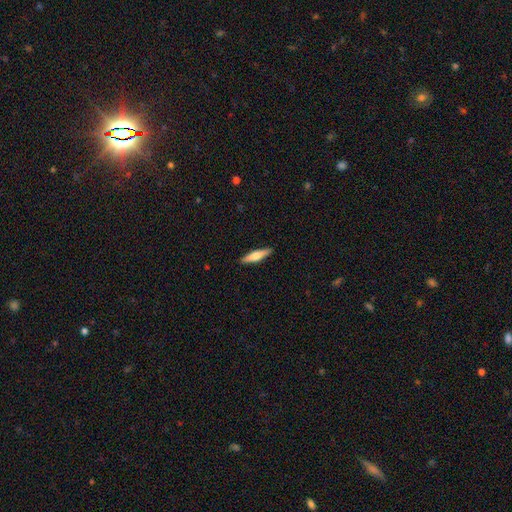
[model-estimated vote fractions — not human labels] This is possibly a smooth galaxy (59%). How rounded: likely cigar-shaped (79%). Merging: clearly none (90%).